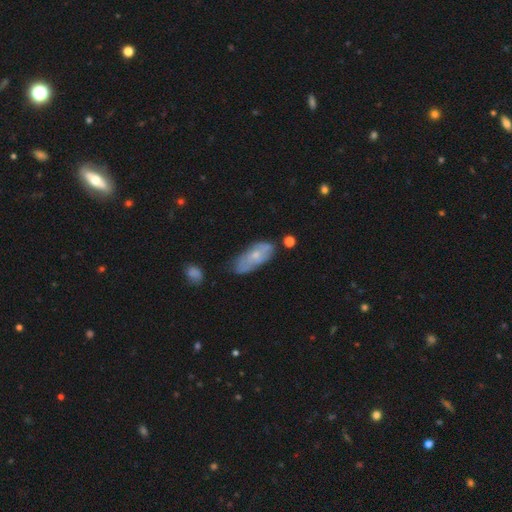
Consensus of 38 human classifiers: Q: Smooth or featured?
A: featured or disk (61%); runner-up: smooth (39%)
Q: Edge-on disk?
A: no (96%); runner-up: yes (4%)
Q: Bar?
A: no (91%); runner-up: strong (5%)
Q: Spiral arms?
A: yes (68%); runner-up: no (32%)
Q: Spiral winding?
A: medium (40%); runner-up: tight (33%)
Q: Spiral arm count?
A: can't tell (53%); runner-up: 2 (27%)
Q: Bulge size?
A: moderate (45%); tied with: small (45%)
Q: Merging?
A: none (47%); runner-up: minor disturbance (42%)